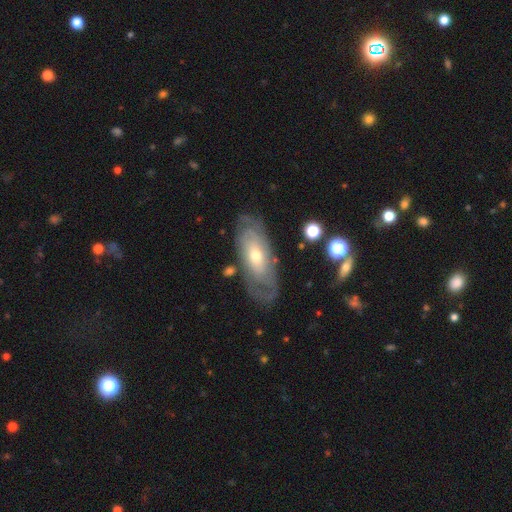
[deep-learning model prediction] featured or disk 70%, smooth 24%, star or artifact 6%. Down the decision tree: edge-on disk — no (87%); bar — no (80%); spiral arms — yes (69%); bulge size — moderate (49%); merging — none (71%).